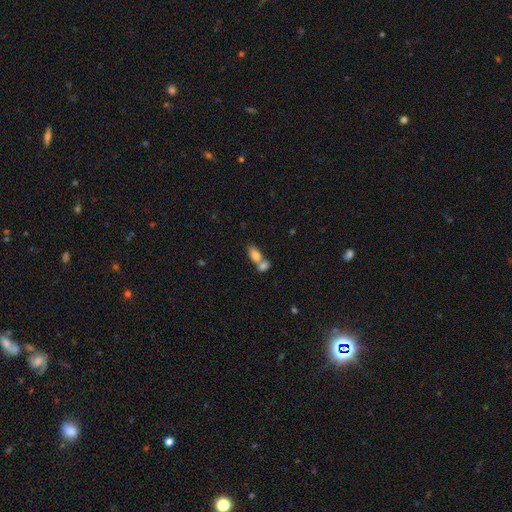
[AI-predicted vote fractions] This is likely a smooth galaxy (80%). How rounded: clearly in between (89%). Merging: likely merger (61%).